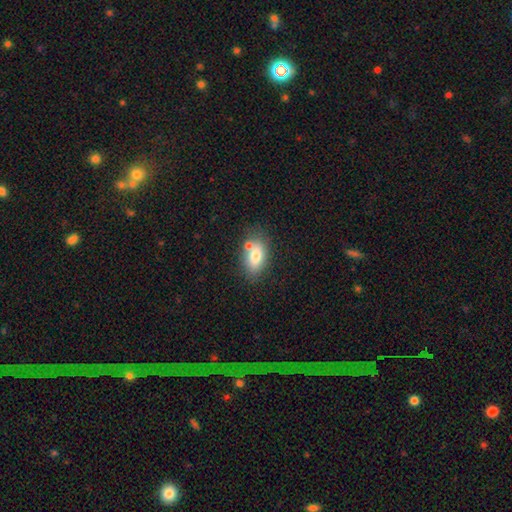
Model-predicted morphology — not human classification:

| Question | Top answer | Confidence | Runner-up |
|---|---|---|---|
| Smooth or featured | smooth | 76% | featured or disk (16%) |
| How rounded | in between | 87% | round (10%) |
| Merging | none | 63% | merger (18%) |